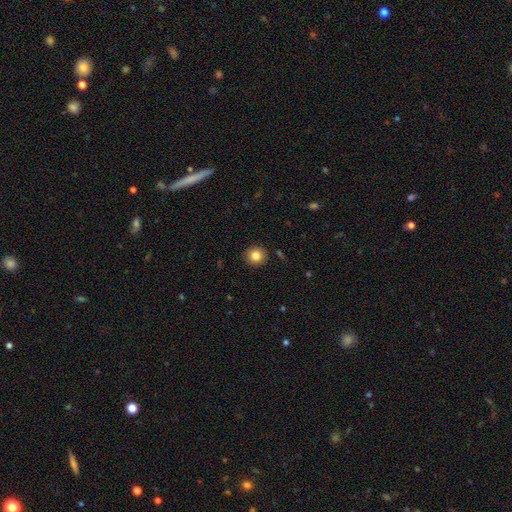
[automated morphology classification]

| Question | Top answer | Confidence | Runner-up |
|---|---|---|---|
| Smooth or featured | smooth | 83% | star or artifact (10%) |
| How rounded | round | 91% | in between (8%) |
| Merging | none | 91% | minor disturbance (6%) |